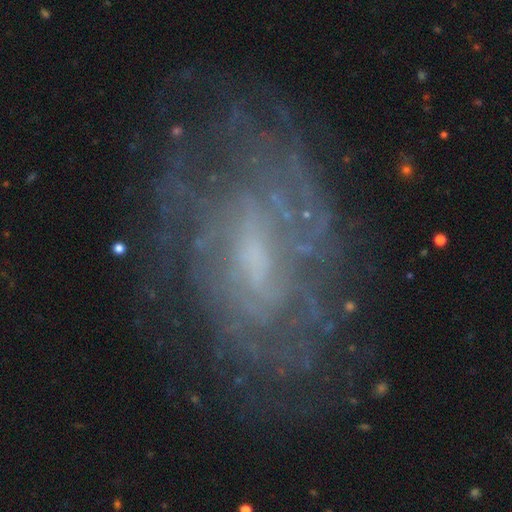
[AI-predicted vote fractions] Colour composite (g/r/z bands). It shows a featured or disk galaxy (77%) with a weak bar (51%), tight (61%) spiral arms (78%) and a small central bulge (53%). Merging: none (73%).